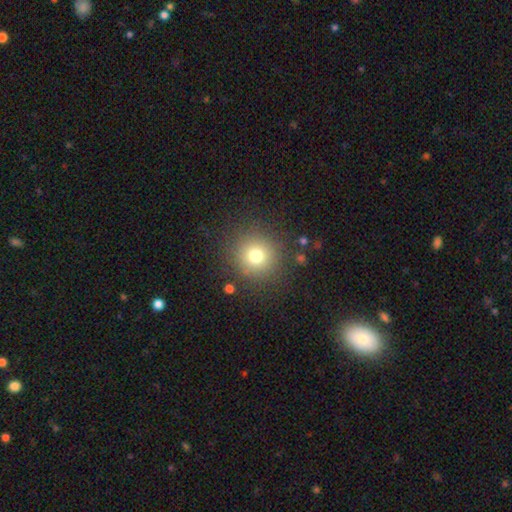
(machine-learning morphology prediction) Smooth or featured: smooth — 74% (star or artifact — 16%)
How rounded: round — 94% (in between — 5%)
Merging: none — 86% (minor disturbance — 8%)